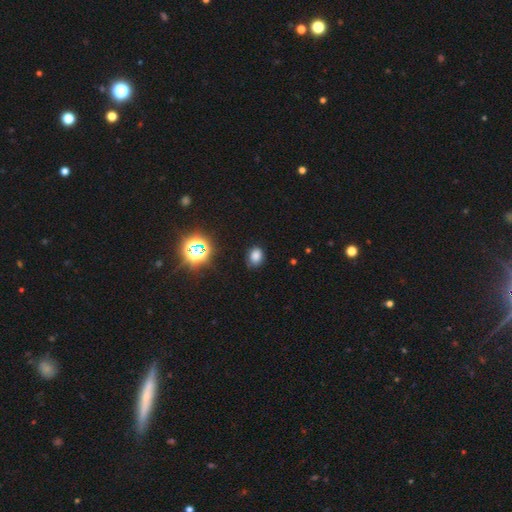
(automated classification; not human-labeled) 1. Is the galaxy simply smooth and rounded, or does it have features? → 77% smooth, 18% star or artifact, 6% featured or disk.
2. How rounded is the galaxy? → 58% in between, 41% round, 1% cigar-shaped.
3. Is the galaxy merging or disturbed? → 77% none, 18% minor disturbance, 4% major disturbance, 1% merger.